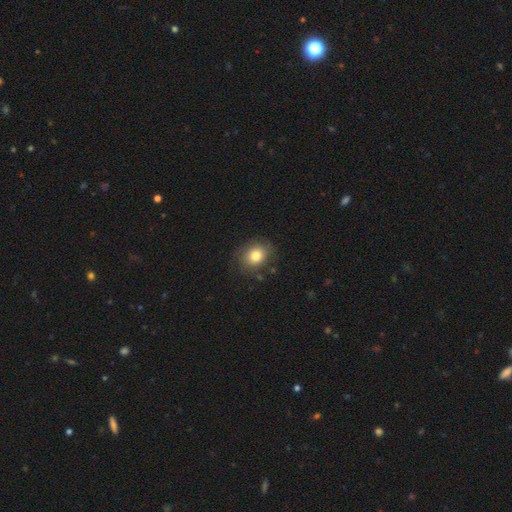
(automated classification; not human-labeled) This appears to be a smooth galaxy with no disk features (81%) that is round (63%). Merging: none (82%).